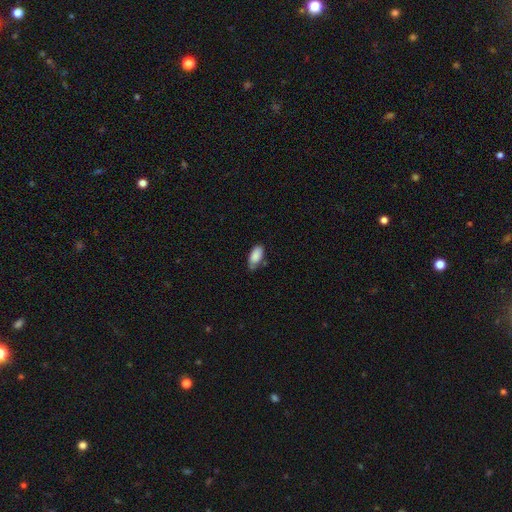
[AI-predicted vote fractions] The model was most divided on "merging": none: 59%, minor disturbance: 32%, major disturbance: 6%, merger: 4%. More confident: how rounded — in between (91%); smooth or featured — smooth (86%).